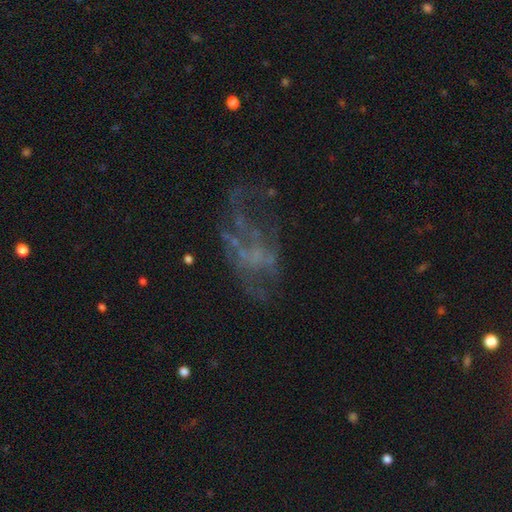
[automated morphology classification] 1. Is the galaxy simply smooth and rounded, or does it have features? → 62% featured or disk, 21% star or artifact, 17% smooth.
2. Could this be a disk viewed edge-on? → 97% no, 3% yes.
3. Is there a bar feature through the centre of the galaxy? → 86% no, 11% weak, 3% strong.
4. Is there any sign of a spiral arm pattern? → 76% no, 24% yes.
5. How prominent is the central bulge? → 77% none, 13% small, 6% moderate, 2% large, 1% dominant.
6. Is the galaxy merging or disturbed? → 43% major disturbance, 36% none, 15% minor disturbance, 5% merger.